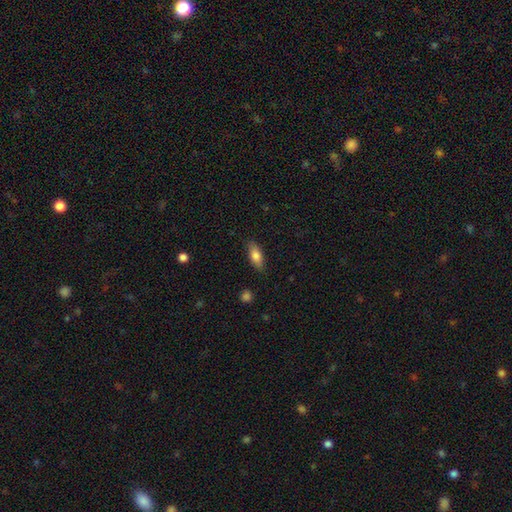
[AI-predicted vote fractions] This appears to be a smooth galaxy with no disk features (78%) that is in between round and cigar-shaped (79%). Merging: none (84%).